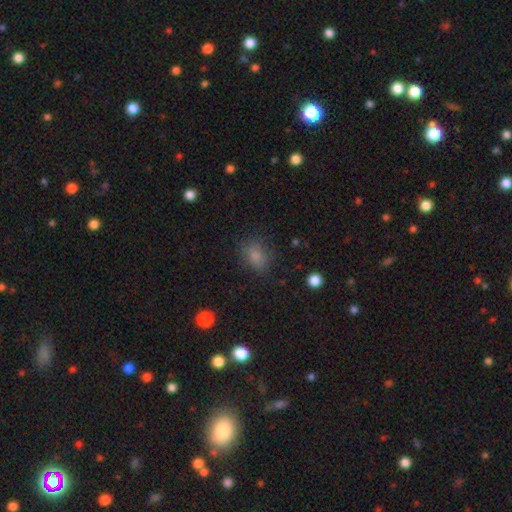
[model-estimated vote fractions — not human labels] Morphology: type=smooth (80%); roundness=in between (62%); merging=none (77%).